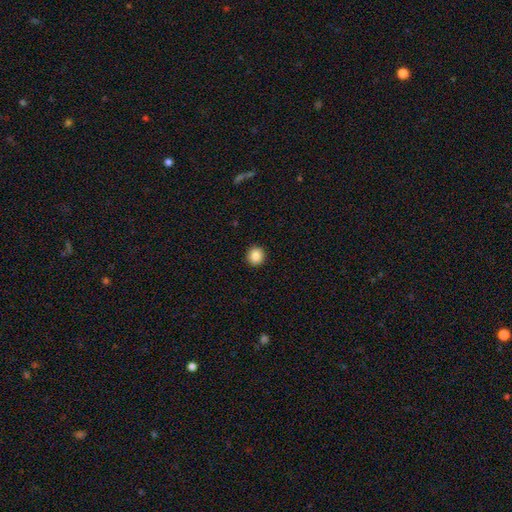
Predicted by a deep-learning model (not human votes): Q: Smooth or featured?
A: smooth (87%); runner-up: star or artifact (9%)
Q: How rounded?
A: round (92%); runner-up: in between (7%)
Q: Merging?
A: none (93%); runner-up: minor disturbance (4%)